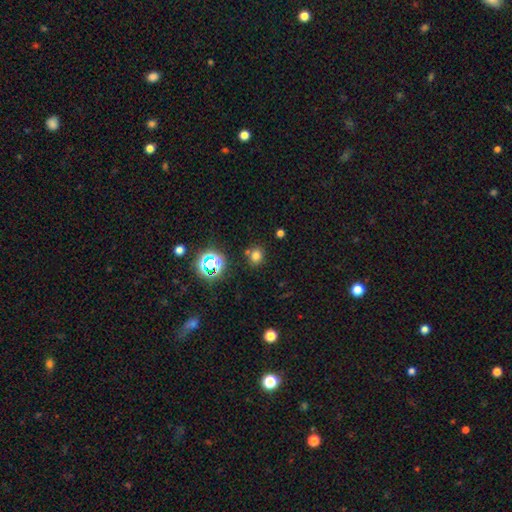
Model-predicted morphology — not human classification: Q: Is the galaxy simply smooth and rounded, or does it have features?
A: smooth — 70%.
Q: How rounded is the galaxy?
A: round — 68%.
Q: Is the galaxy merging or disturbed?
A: none — 75%.